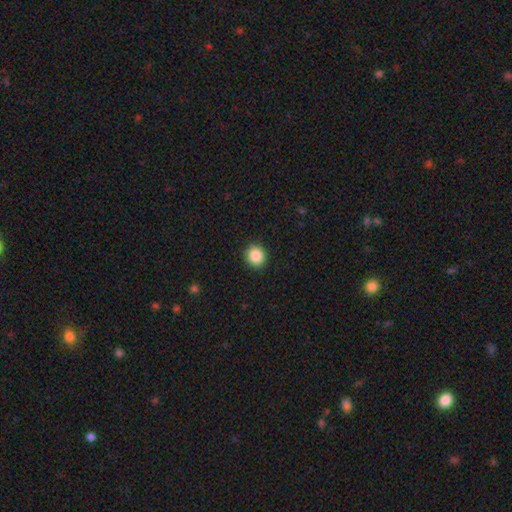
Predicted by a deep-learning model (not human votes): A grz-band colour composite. It shows a smooth galaxy with no disk features (87%) that is round (85%). Merging: none (92%).